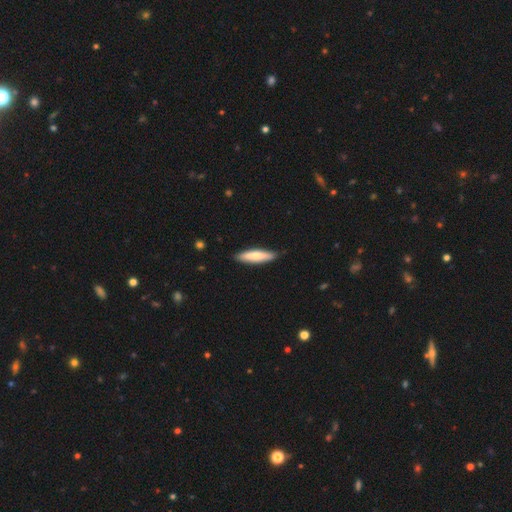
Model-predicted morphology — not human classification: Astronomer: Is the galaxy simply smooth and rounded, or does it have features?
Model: smooth — 70%.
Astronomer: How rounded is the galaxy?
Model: cigar-shaped — 75%.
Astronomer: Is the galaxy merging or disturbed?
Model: none — 87%.